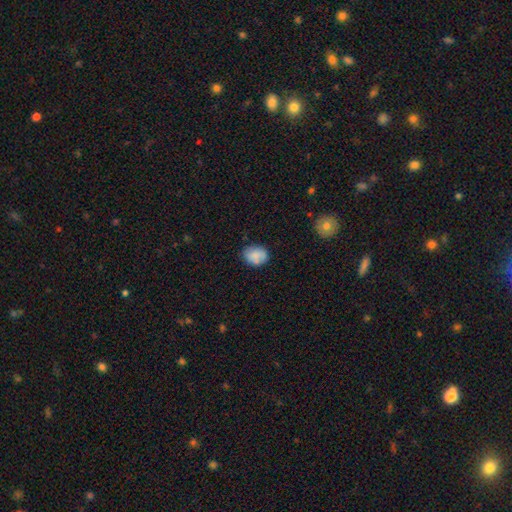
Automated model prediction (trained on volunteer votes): Smooth or featured? Predicted: smooth (p=0.79). How rounded? Predicted: in between (p=0.59). Merging? Predicted: none (p=0.71).